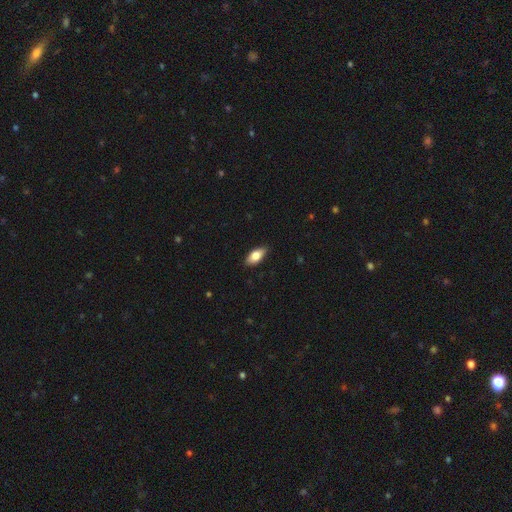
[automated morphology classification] Overall: smooth (79%). How rounded: in between (89%). Merging: none (86%).